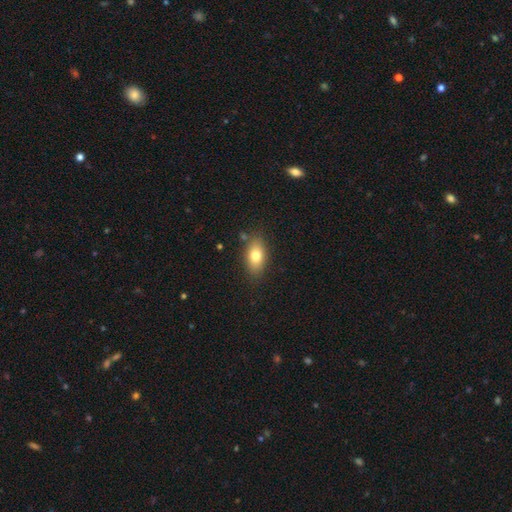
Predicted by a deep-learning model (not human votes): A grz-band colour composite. It shows a smooth galaxy with no disk features (78%) that is in between round and cigar-shaped (87%). Merging: none (81%).